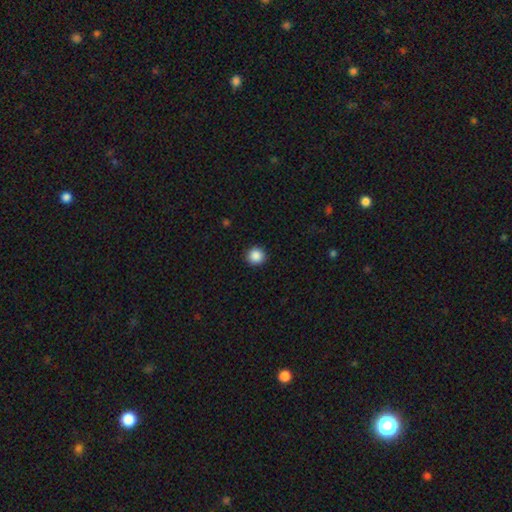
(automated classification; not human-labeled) Smooth or featured? Predicted: smooth (p=0.88). How rounded? Predicted: round (p=0.94). Merging? Predicted: none (p=0.92).